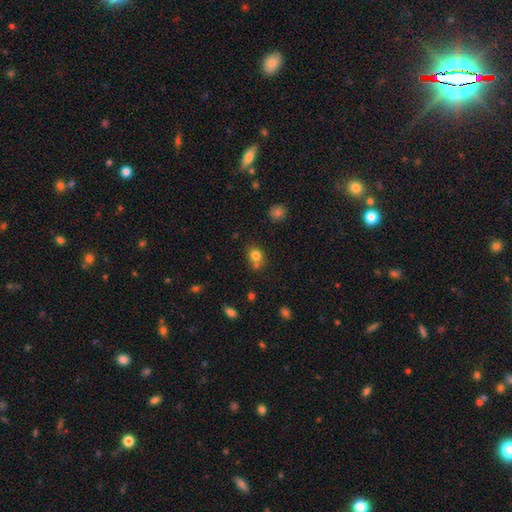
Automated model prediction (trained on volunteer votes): Morphology: type=smooth (79%); roundness=round (67%); merging=none (57%).